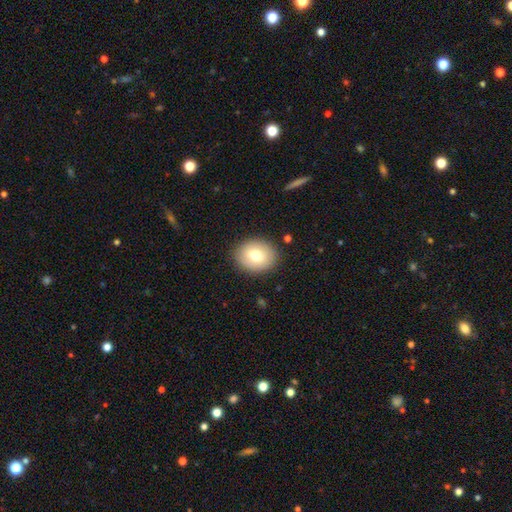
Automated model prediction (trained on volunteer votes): smooth-or-featured: smooth: 74% | featured or disk: 18% | star or artifact: 8%
  how-rounded: round: 56% | in between: 43% | cigar-shaped: 1%
  merging: none: 88% | minor disturbance: 8% | major disturbance: 3% | merger: 1%